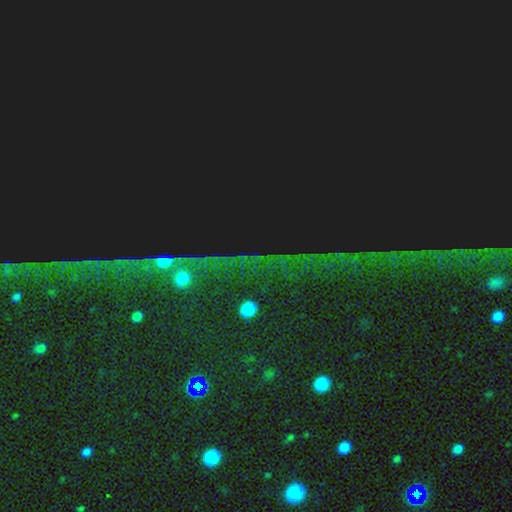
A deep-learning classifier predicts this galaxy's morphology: This appears to be a star or artifact, not a galaxy (87%).